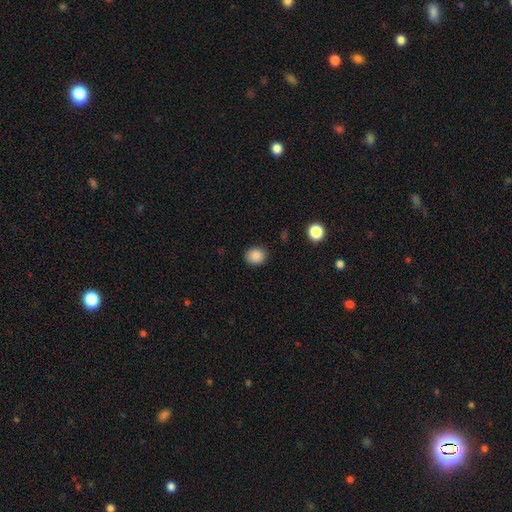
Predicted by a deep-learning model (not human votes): Smooth or featured? Predicted: smooth (p=0.87). How rounded? Predicted: round (p=0.74). Merging? Predicted: none (p=0.88).